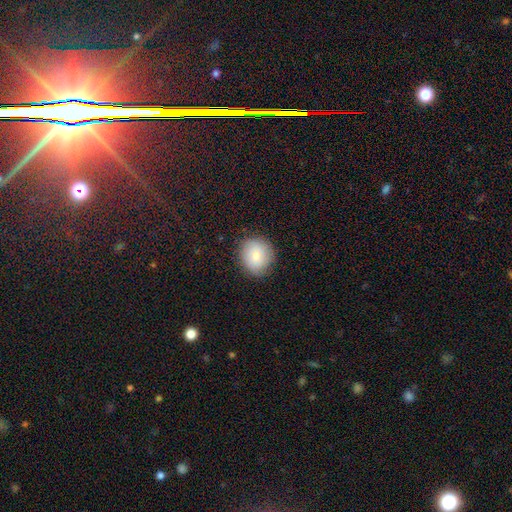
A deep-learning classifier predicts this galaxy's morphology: A smooth galaxy with no disk features (83%) that is round (82%).

Vote fractions:
- Smooth or featured? smooth: 83% / featured or disk: 9% / star or artifact: 8%
- How rounded? round: 82% / in between: 17% / cigar-shaped: 1%
- Merging? none: 86% / minor disturbance: 10% / major disturbance: 3% / merger: 1%